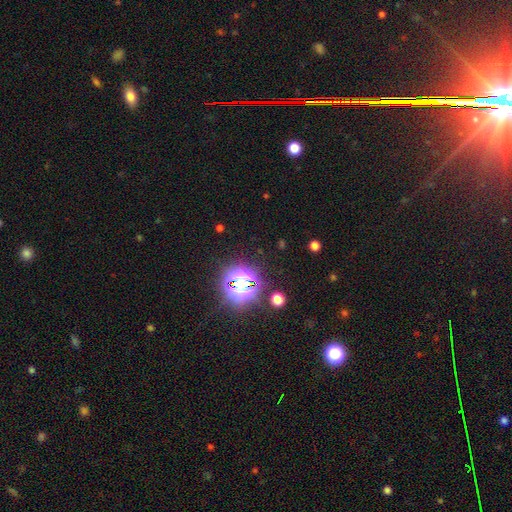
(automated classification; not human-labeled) Smooth or featured? star or artifact (75%)